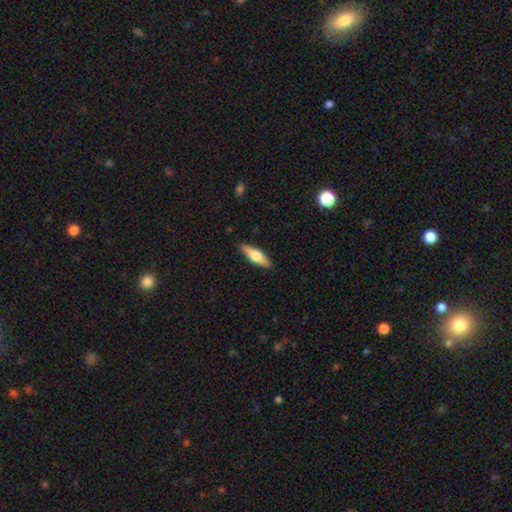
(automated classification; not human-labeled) This appears to be a smooth galaxy with no disk features (52%) that is cigar-shaped (52%). Merging: none (89%).